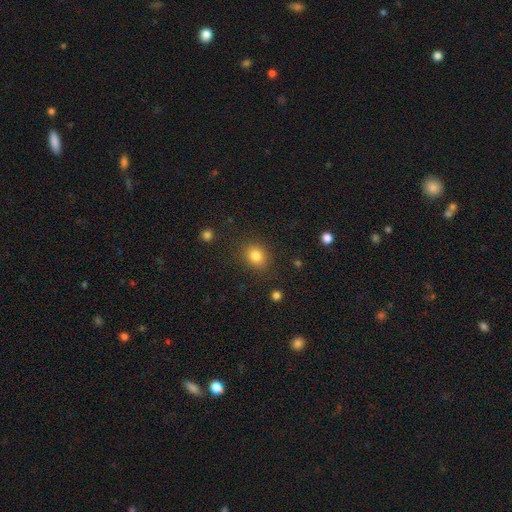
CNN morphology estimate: Smooth or featured?
  - smooth: 82% *
  - star or artifact: 11%
  - featured or disk: 6%
How rounded?
  - round: 56% *
  - in between: 43%
  - cigar-shaped: 1%
Merging?
  - none: 85% *
  - minor disturbance: 10%
  - major disturbance: 4%
  - merger: 2%